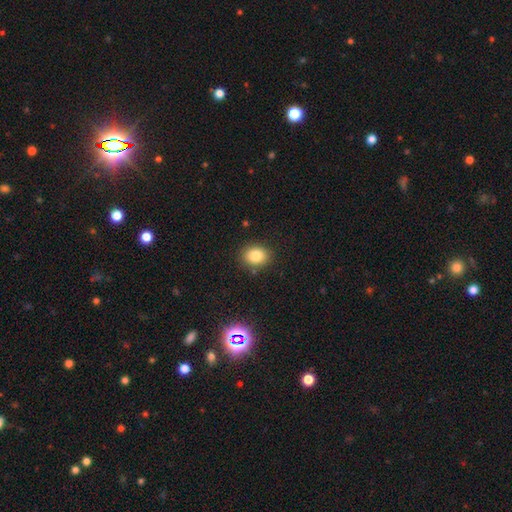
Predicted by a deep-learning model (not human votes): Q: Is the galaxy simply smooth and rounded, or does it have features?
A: smooth — 82%.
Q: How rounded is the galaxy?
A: round — 55%.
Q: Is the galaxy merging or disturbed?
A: none — 86%.